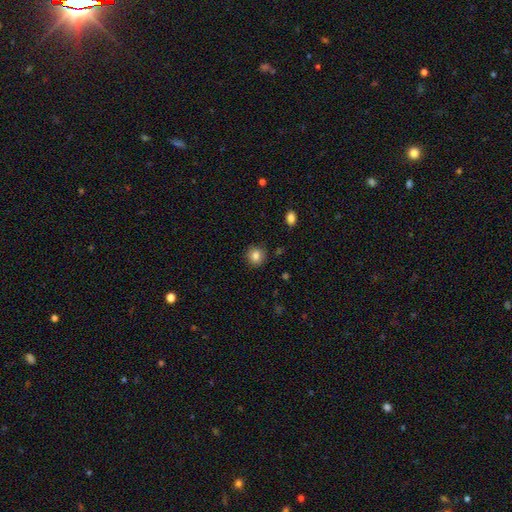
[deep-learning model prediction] Smooth or featured? Predicted: smooth (p=0.83). How rounded? Predicted: round (p=0.90). Merging? Predicted: none (p=0.89).